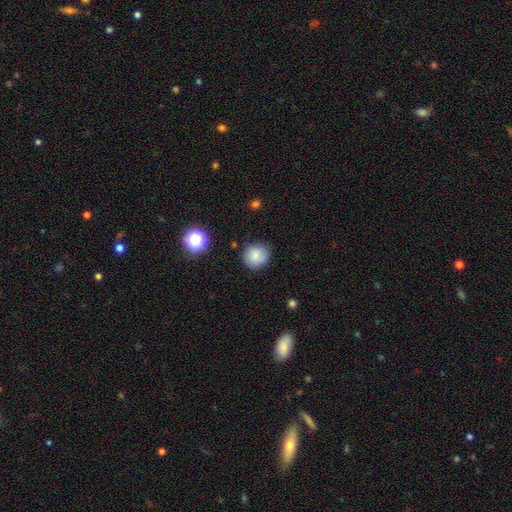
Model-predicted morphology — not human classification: smooth 80%, star or artifact 10%, featured or disk 9%. Down the decision tree: how rounded — round (88%); merging — none (81%).